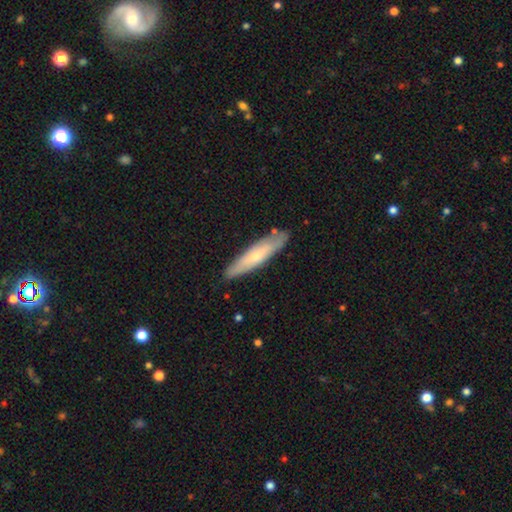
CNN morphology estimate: A smooth galaxy with no disk features (53%) that is cigar-shaped (81%).

Vote fractions:
- Smooth or featured? smooth: 53% / featured or disk: 42% / star or artifact: 5%
- How rounded? cigar-shaped: 81% / in between: 18% / round: 1%
- Merging? none: 85% / minor disturbance: 12% / major disturbance: 2% / merger: 2%